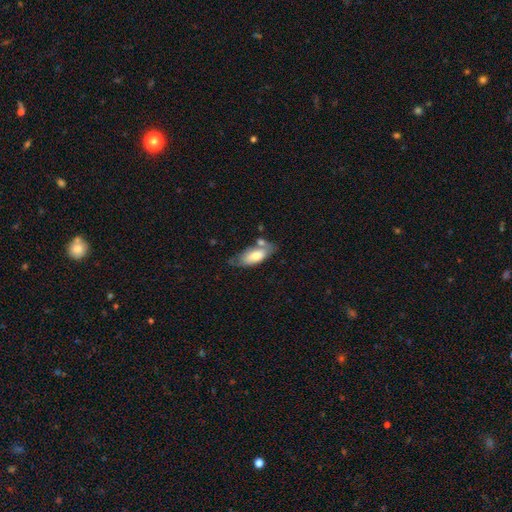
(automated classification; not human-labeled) Morphology: type=smooth (71%); roundness=in between (84%); merging=none (48%).